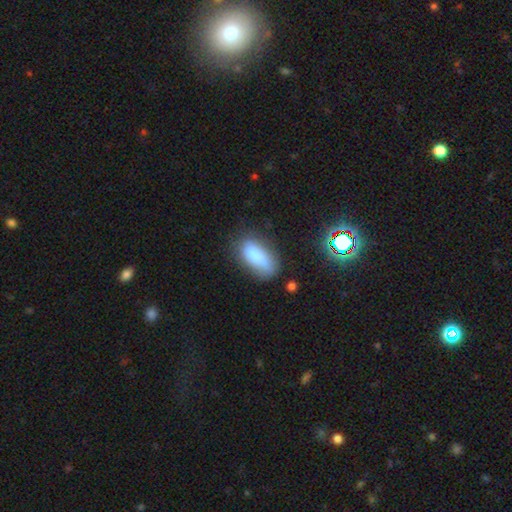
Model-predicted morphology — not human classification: Smooth or featured?
  - smooth: 74% *
  - featured or disk: 17%
  - star or artifact: 9%
How rounded?
  - in between: 77% *
  - cigar-shaped: 19%
  - round: 3%
Merging?
  - none: 54% *
  - minor disturbance: 26%
  - major disturbance: 12%
  - merger: 8%